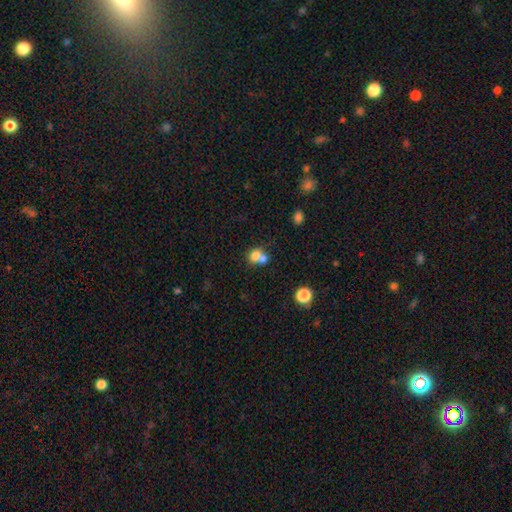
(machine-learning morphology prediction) This appears to be a smooth galaxy with no disk features (72%) that is round (67%). Merging: merger (60%).